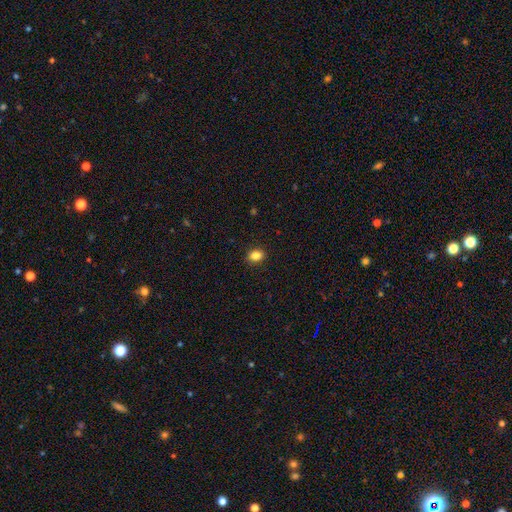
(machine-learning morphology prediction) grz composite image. It shows a smooth galaxy with no disk features (86%) that is in between round and cigar-shaped (68%). Merging: none (89%).